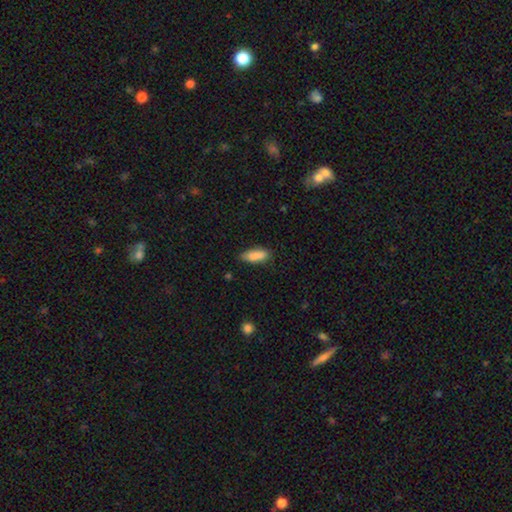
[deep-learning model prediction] Smooth or featured?
  - smooth: 86% *
  - featured or disk: 7%
  - star or artifact: 7%
How rounded?
  - in between: 67% *
  - cigar-shaped: 31%
  - round: 2%
Merging?
  - none: 70% *
  - minor disturbance: 23%
  - major disturbance: 4%
  - merger: 3%